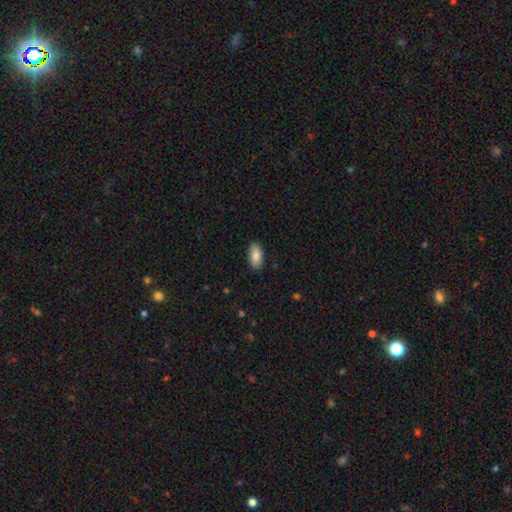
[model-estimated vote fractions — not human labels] Smooth or featured? Predicted: smooth (p=0.87). How rounded? Predicted: in between (p=0.92). Merging? Predicted: none (p=0.88).